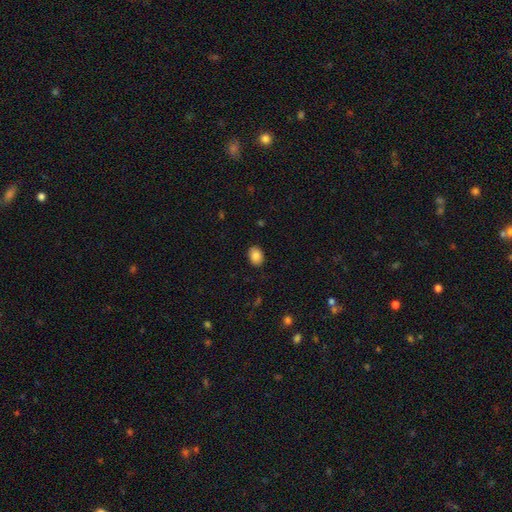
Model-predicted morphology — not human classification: smooth-or-featured: smooth: 86% | star or artifact: 8% | featured or disk: 6%
  how-rounded: in between: 70% | round: 30% | cigar-shaped: 1%
  merging: none: 88% | minor disturbance: 9% | major disturbance: 2% | merger: 1%